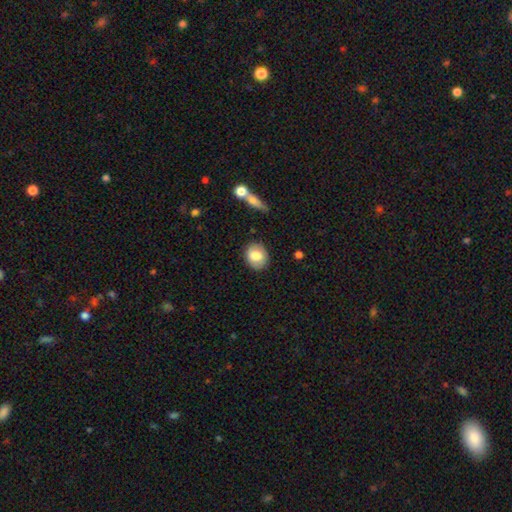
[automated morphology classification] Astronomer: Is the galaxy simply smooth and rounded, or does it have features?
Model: smooth — 78%.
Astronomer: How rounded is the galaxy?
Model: round — 63%.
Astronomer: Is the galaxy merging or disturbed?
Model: none — 83%.